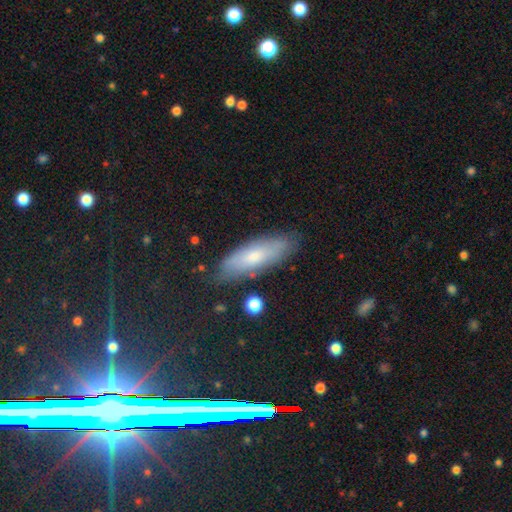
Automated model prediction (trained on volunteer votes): A smooth galaxy with no disk features (64%) that is in between round and cigar-shaped (58%).

Vote fractions:
- Smooth or featured? smooth: 64% / featured or disk: 29% / star or artifact: 7%
- How rounded? in between: 58% / cigar-shaped: 39% / round: 2%
- Merging? none: 78% / minor disturbance: 16% / major disturbance: 4% / merger: 2%